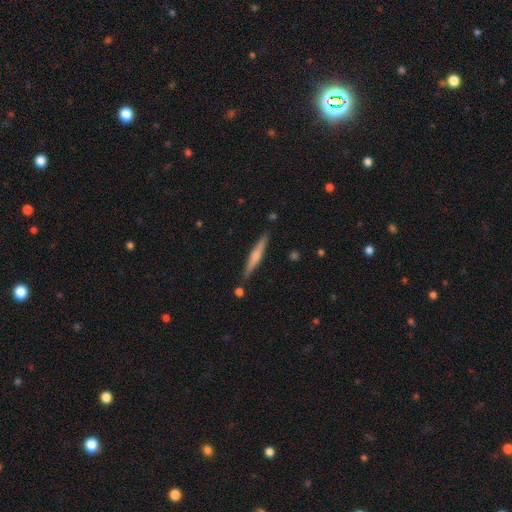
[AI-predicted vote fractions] Smooth or featured? smooth (51%)
How rounded? cigar-shaped (94%)
Merging? none (86%)